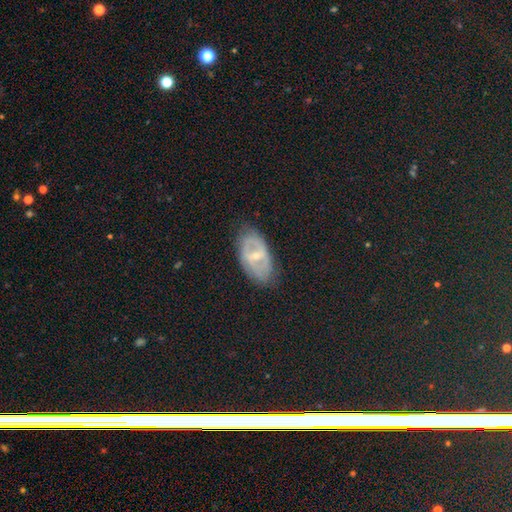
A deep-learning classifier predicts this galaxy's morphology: smooth_or_featured: featured or disk (p=0.61) [alt: smooth p=0.25]
disk_edge_on: no (p=0.89) [alt: yes p=0.11]
bar: weak (p=0.45) [alt: strong p=0.30]
has_spiral_arms: yes (p=0.53) [alt: no p=0.47]
bulge_size: small (p=0.59) [alt: moderate p=0.36]
merging: none (p=0.76) [alt: minor disturbance p=0.17]